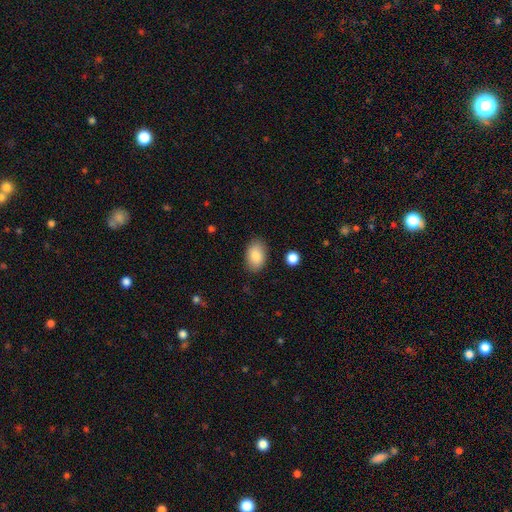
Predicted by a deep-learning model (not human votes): The model was most divided on "merging": none: 86%, minor disturbance: 10%, major disturbance: 3%, merger: 1%. More confident: how rounded — in between (90%); smooth or featured — smooth (85%).